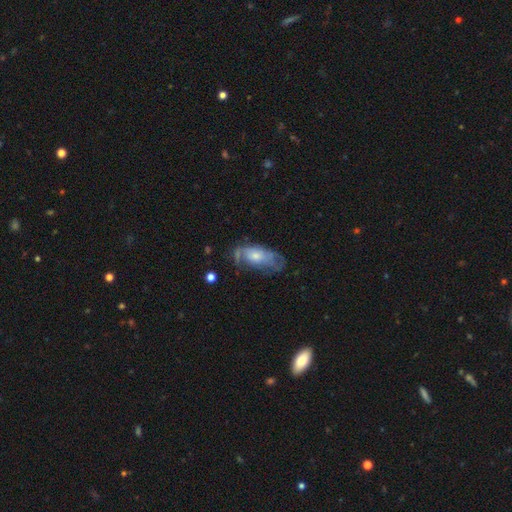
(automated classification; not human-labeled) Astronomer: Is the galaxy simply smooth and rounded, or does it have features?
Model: featured or disk — 57% (runner-up: smooth, 36%).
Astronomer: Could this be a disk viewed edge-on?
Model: no — 90%.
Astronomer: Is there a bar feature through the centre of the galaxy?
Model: no — 79%.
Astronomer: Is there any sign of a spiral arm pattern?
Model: yes — 66%.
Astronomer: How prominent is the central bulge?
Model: small — 46% (runner-up: moderate, 41%).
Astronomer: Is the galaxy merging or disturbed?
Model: none — 44% (runner-up: minor disturbance, 28%).